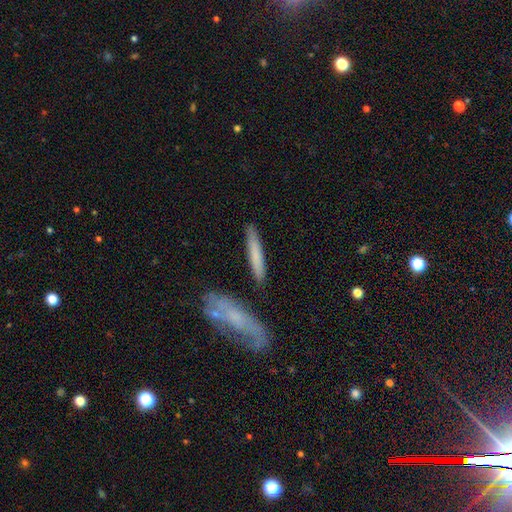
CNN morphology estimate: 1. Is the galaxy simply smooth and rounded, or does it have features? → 69% smooth, 25% featured or disk, 6% star or artifact.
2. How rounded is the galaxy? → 92% cigar-shaped, 6% in between, 2% round.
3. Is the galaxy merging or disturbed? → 82% none, 10% minor disturbance, 5% merger, 3% major disturbance.